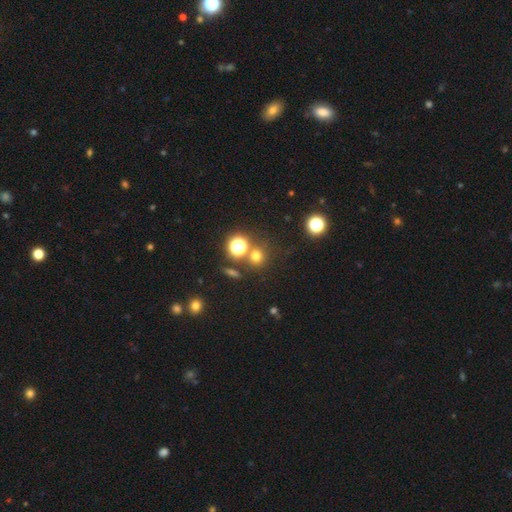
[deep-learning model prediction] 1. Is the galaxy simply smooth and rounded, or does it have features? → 67% smooth, 26% star or artifact, 7% featured or disk.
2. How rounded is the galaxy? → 89% round, 10% in between, 1% cigar-shaped.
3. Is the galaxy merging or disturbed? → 75% none, 13% merger, 8% minor disturbance, 4% major disturbance.